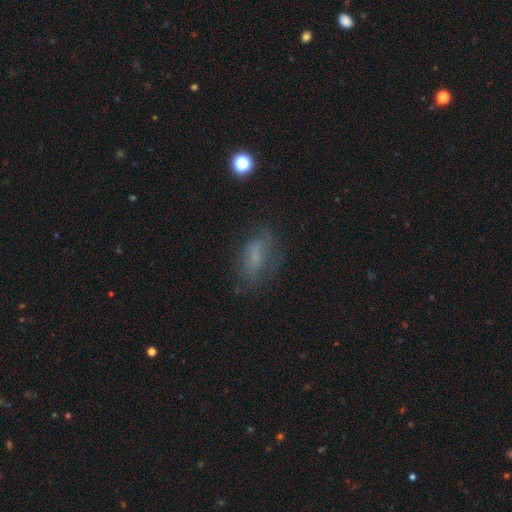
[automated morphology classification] Smooth or featured? smooth (59%)
How rounded? in between (78%)
Merging? none (61%)